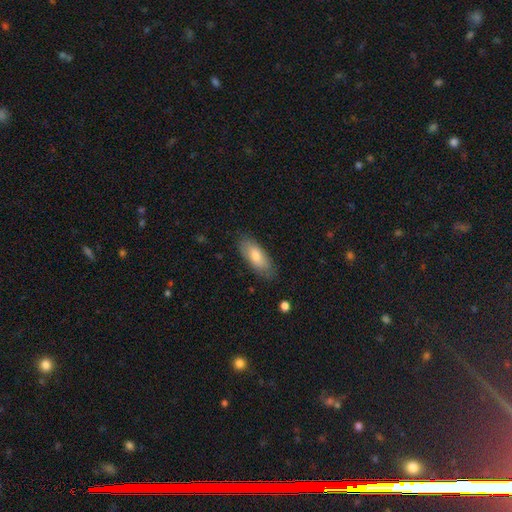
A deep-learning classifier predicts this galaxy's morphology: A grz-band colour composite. It shows a smooth galaxy with no disk features (75%) that is in between round and cigar-shaped (77%). Merging: none (82%).